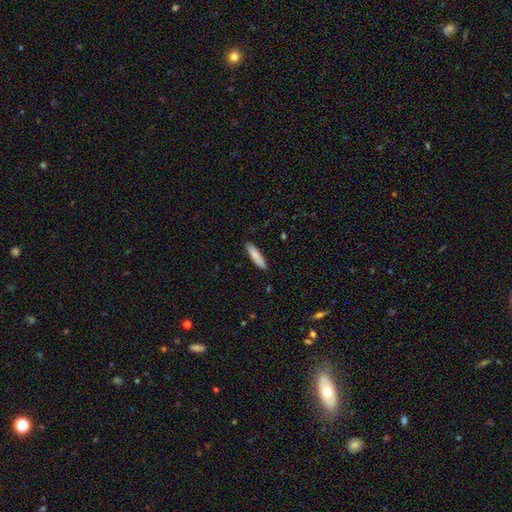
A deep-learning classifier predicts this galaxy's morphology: This appears to be a smooth galaxy with no disk features (84%) that is cigar-shaped (77%). Merging: none (88%).